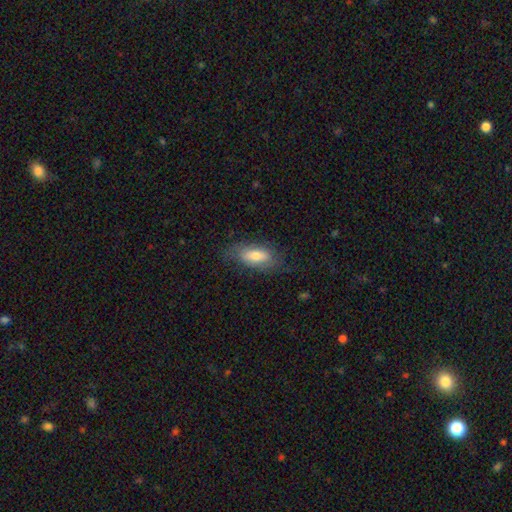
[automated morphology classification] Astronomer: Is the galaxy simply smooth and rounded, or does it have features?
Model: smooth — 65%.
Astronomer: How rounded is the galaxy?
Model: in between — 80%.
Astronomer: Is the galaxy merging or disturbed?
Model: none — 69%.